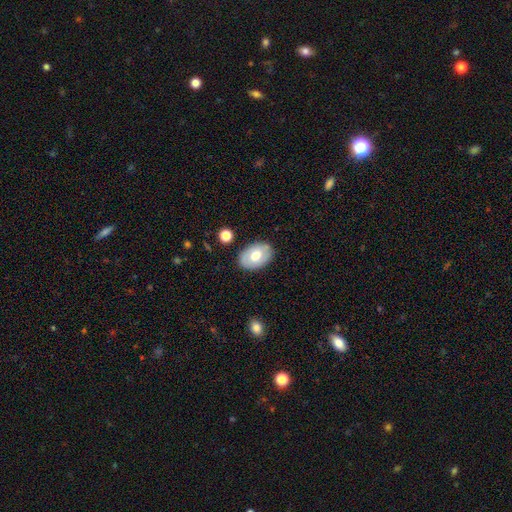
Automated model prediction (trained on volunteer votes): smooth-or-featured: smooth: 60% | featured or disk: 33% | star or artifact: 7%
  how-rounded: in between: 83% | round: 16% | cigar-shaped: 1%
  merging: none: 85% | minor disturbance: 11% | major disturbance: 3% | merger: 2%